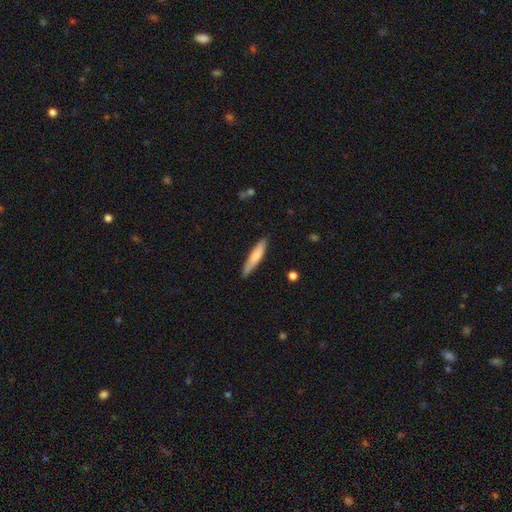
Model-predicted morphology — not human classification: Q: Smooth or featured?
A: smooth (76%); runner-up: featured or disk (19%)
Q: How rounded?
A: cigar-shaped (87%); runner-up: in between (12%)
Q: Merging?
A: none (81%); runner-up: minor disturbance (16%)